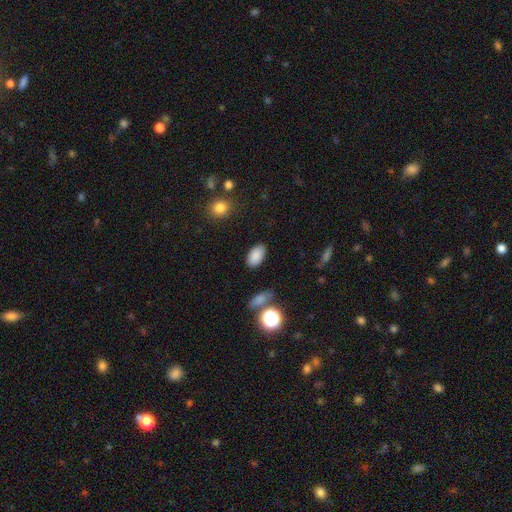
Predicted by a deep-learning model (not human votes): A smooth galaxy with no disk features (86%) that is in between round and cigar-shaped (92%).

Vote fractions:
- Smooth or featured? smooth: 86% / star or artifact: 9% / featured or disk: 5%
- How rounded? in between: 92% / round: 6% / cigar-shaped: 2%
- Merging? none: 86% / minor disturbance: 9% / major disturbance: 3% / merger: 2%